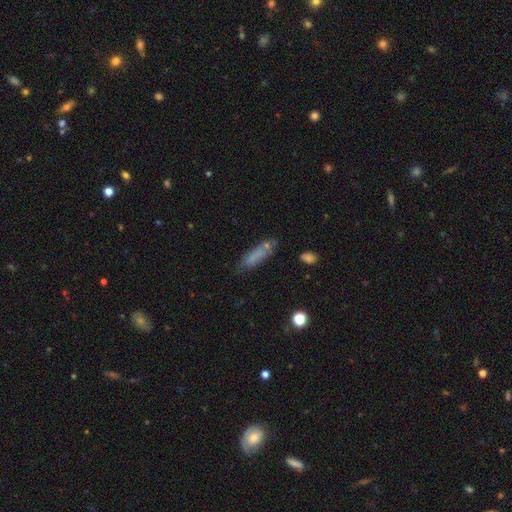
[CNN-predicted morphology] Overall: smooth (72%). How rounded: cigar-shaped (68%; in between 30%). Merging: none (64%).